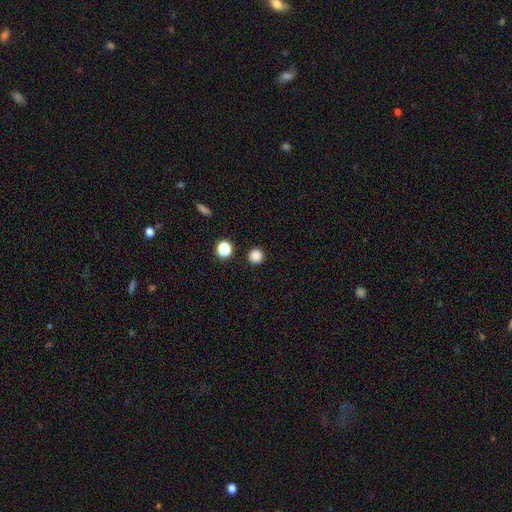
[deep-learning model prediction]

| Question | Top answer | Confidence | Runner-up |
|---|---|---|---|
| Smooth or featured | smooth | 84% | star or artifact (12%) |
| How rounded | round | 95% | in between (4%) |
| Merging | none | 91% | minor disturbance (5%) |